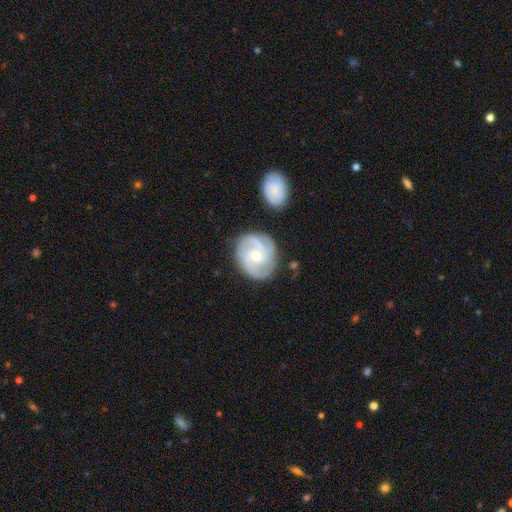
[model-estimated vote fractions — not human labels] smooth_or_featured: featured or disk (p=0.87) [alt: smooth p=0.09]
disk_edge_on: no (p=0.98) [alt: yes p=0.02]
bar: no (p=0.65) [alt: weak p=0.30]
has_spiral_arms: yes (p=0.98) [alt: no p=0.02]
spiral_winding: tight (p=0.54) [alt: medium p=0.39]
spiral_arm_count: 3 (p=0.60) [alt: 2 p=0.14]
bulge_size: moderate (p=0.51) [alt: small p=0.45]
merging: none (p=0.80) [alt: minor disturbance p=0.13]